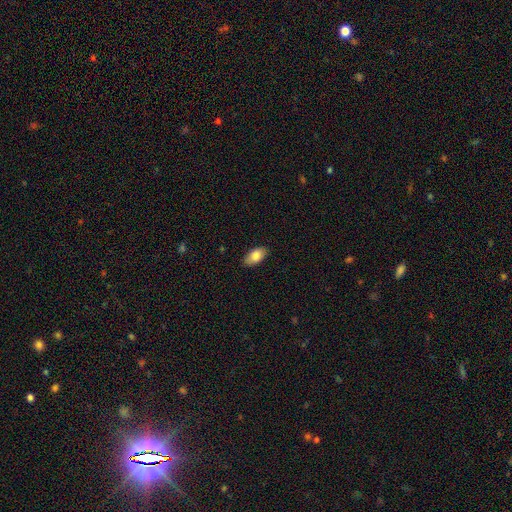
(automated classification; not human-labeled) Morphology: type=smooth (83%); roundness=in between (93%); merging=none (86%).